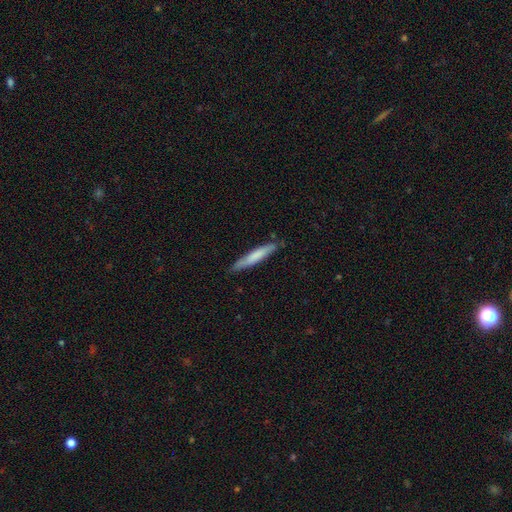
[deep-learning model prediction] smooth 69%, featured or disk 26%, star or artifact 5%. Down the decision tree: how rounded — cigar-shaped (94%); merging — none (83%).